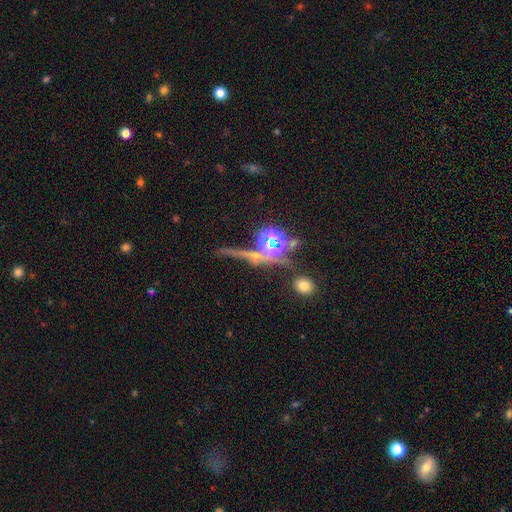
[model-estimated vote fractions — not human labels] A star or artifact, not a galaxy (58%).

Vote fractions:
- Smooth or featured? star or artifact: 58% / featured or disk: 23% / smooth: 20%